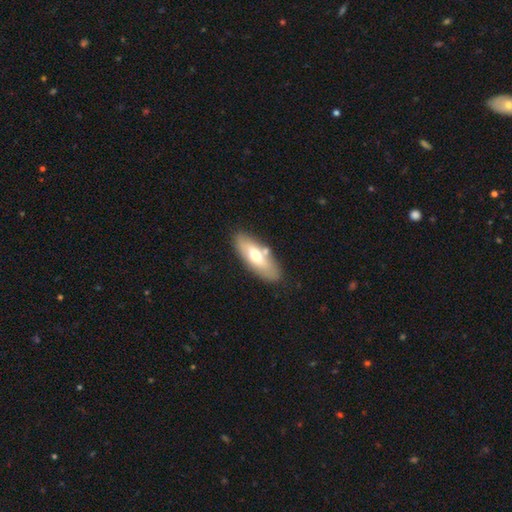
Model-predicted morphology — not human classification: Smooth or featured? Predicted: smooth (p=0.59). How rounded? Predicted: in between (p=0.69). Merging? Predicted: none (p=0.74).